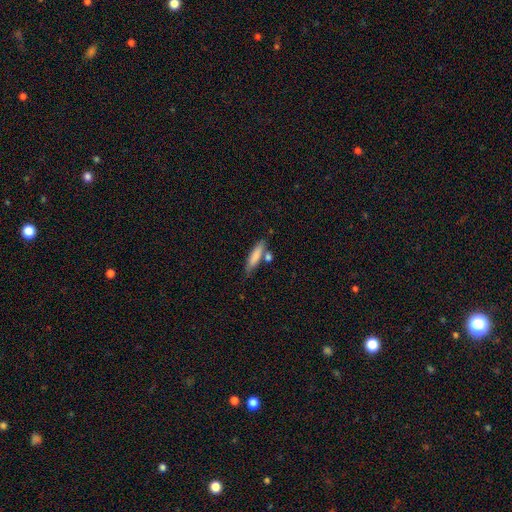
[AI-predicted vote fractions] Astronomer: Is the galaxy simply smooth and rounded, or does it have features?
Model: smooth — 80%.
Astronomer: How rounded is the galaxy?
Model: cigar-shaped — 75%.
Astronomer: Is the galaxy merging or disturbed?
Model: none — 68%.